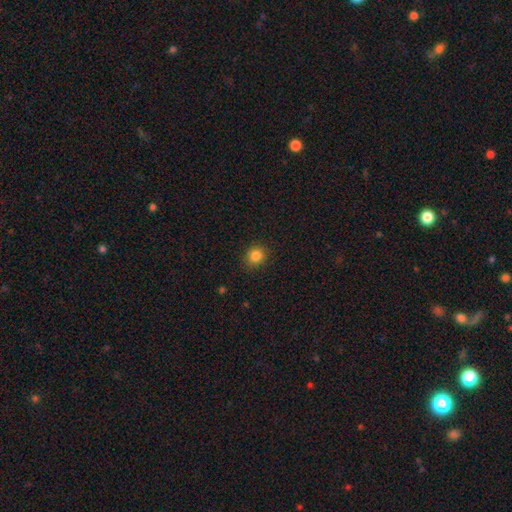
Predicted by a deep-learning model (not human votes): The model was most divided on "how rounded": round: 81%, in between: 18%, cigar-shaped: 1%. More confident: merging — none (87%); smooth or featured — smooth (84%).